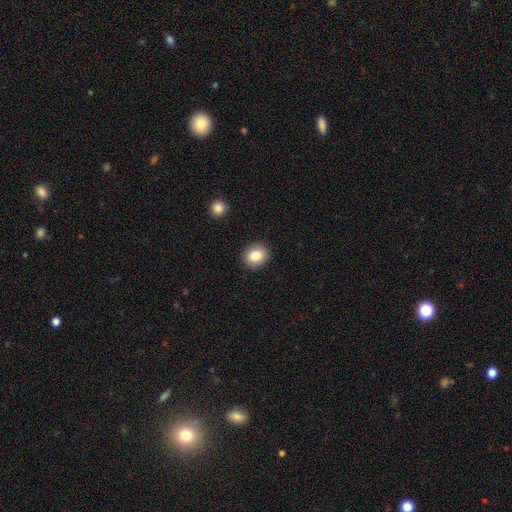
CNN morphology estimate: Smooth or featured? smooth (83%)
How rounded? round (72%)
Merging? none (91%)